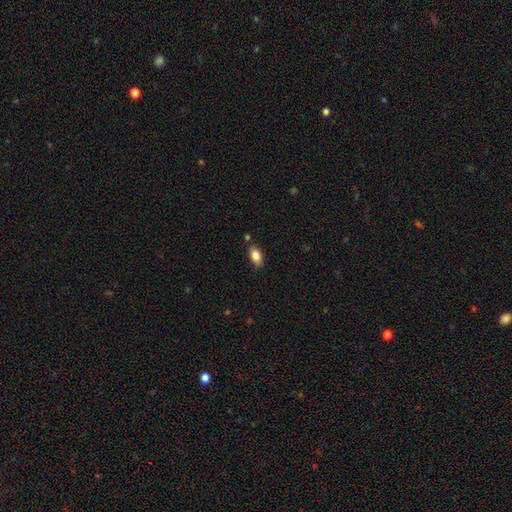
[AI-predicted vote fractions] Morphology: type=smooth (83%); roundness=in between (90%); merging=none (81%).